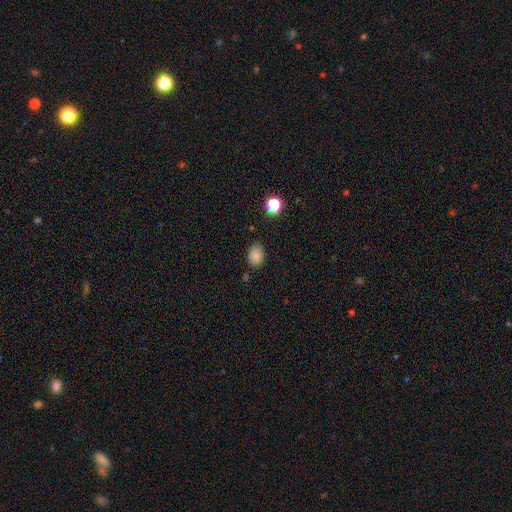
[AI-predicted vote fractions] smooth_or_featured: smooth (p=0.81) [alt: star or artifact p=0.12]
how_rounded: in between (p=0.66) [alt: round p=0.33]
merging: none (p=0.75) [alt: minor disturbance p=0.19]